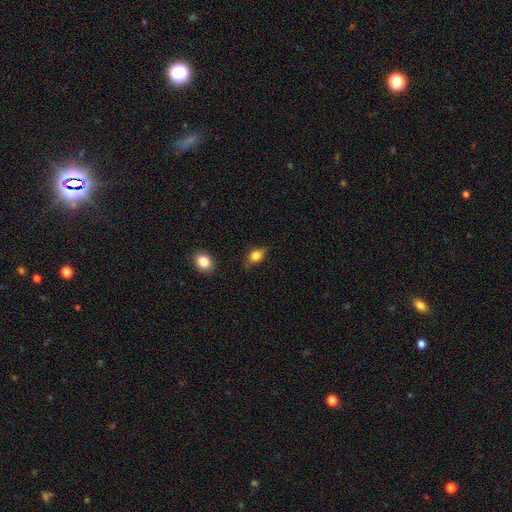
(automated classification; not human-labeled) A smooth galaxy with no disk features (77%) that is in between round and cigar-shaped (64%). Merging: none (67%).